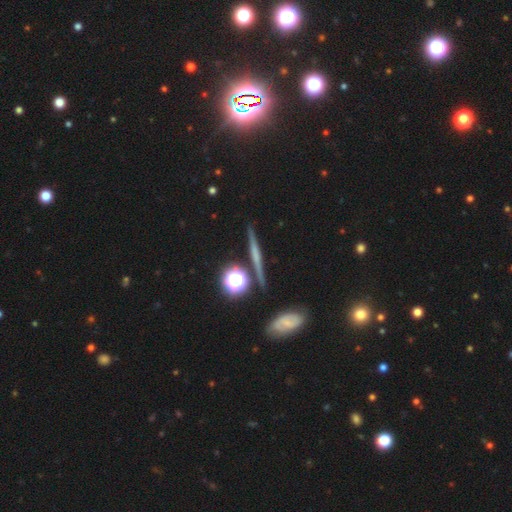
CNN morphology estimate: Smooth or featured? Predicted: featured or disk (p=0.53). Edge-on disk? Predicted: yes (p=0.93). Merging? Predicted: none (p=0.86).